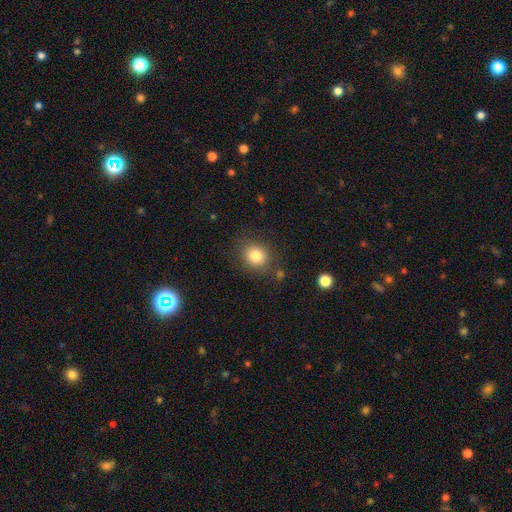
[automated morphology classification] smooth 82%, star or artifact 11%, featured or disk 7%. Down the decision tree: how rounded — round (80%); merging — none (82%).